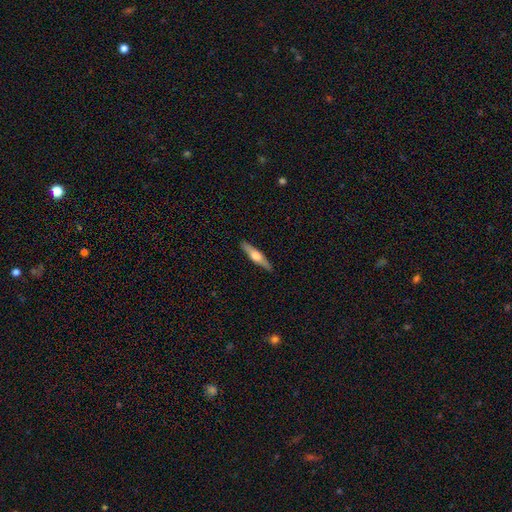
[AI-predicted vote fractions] The model was most divided on "smooth or featured": featured or disk: 56%, smooth: 39%, star or artifact: 5%. More confident: edge-on disk — yes (95%); edge-on bulge — rounded (91%); merging — none (90%).